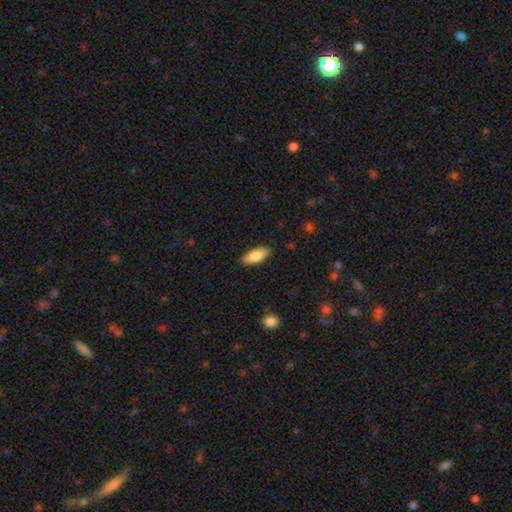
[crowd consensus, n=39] smooth_or_featured: smooth (p=0.82) [alt: featured or disk p=0.13]
how_rounded: in between (p=0.81) [alt: cigar-shaped p=0.19]
merging: none (p=0.95) [alt: minor disturbance p=0.03]